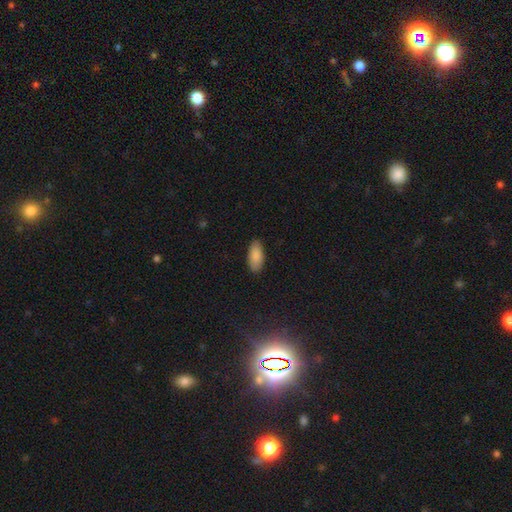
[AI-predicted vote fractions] Morphology: type=smooth (87%); roundness=in between (89%); merging=none (88%).